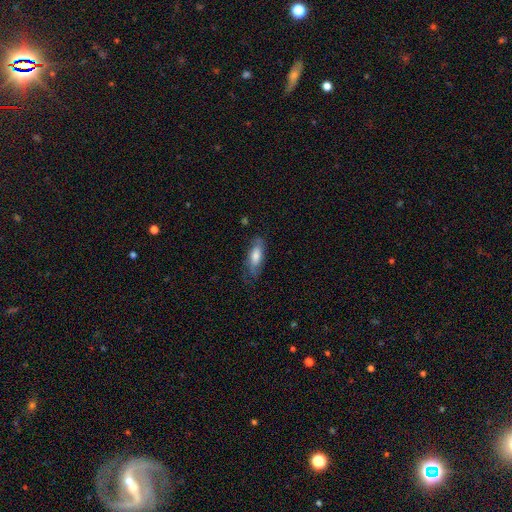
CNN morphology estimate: Smooth or featured: smooth — 62% (featured or disk — 31%)
How rounded: in between — 62% (cigar-shaped — 36%)
Merging: none — 70% (minor disturbance — 22%)